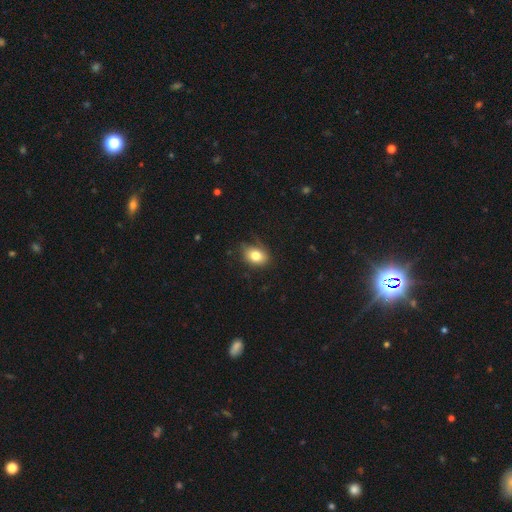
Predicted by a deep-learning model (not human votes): smooth 81%, featured or disk 10%, star or artifact 9%. Down the decision tree: how rounded — in between (68%); merging — none (69%).